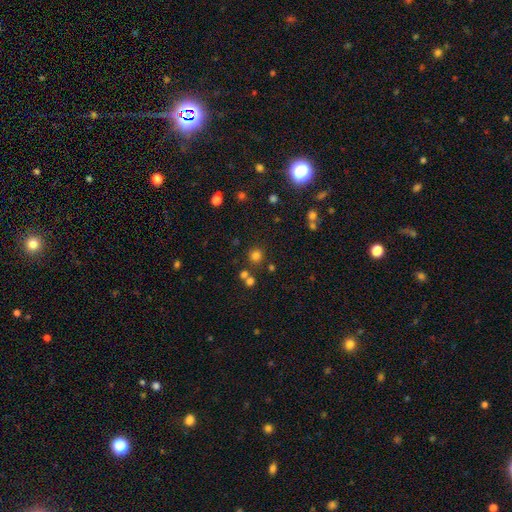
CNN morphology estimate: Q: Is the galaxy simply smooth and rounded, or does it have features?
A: smooth — 74%.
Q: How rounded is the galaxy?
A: round — 91%.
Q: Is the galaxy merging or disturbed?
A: none — 79%.